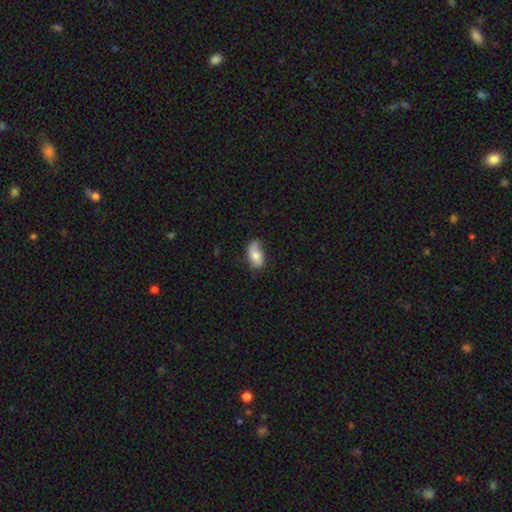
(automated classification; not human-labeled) Morphology: type=smooth (74%); roundness=in between (93%); merging=none (59%).